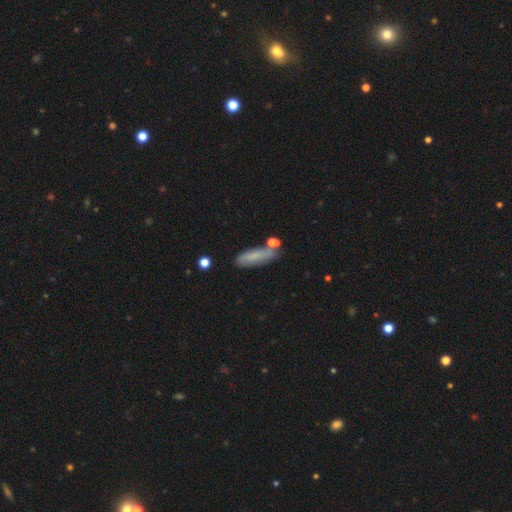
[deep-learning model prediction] Overall: smooth (73%). How rounded: cigar-shaped (64%; in between 34%). Merging: none (70%).